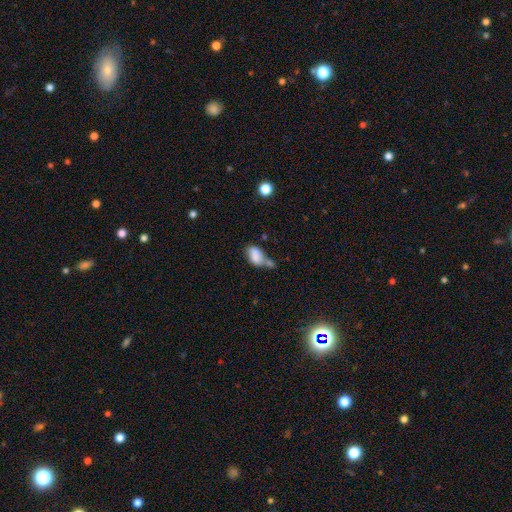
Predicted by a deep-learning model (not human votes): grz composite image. It shows a smooth galaxy with no disk features (75%) that is in between round and cigar-shaped (87%). Merging: merger (44%).